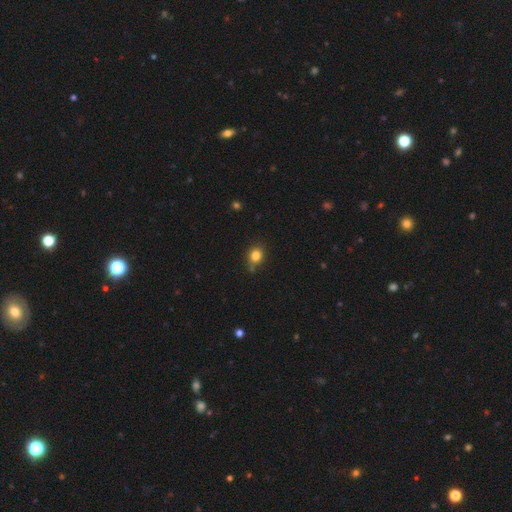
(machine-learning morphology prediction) This is clearly a smooth galaxy (82%). How rounded: likely round (62%). Merging: likely none (71%).